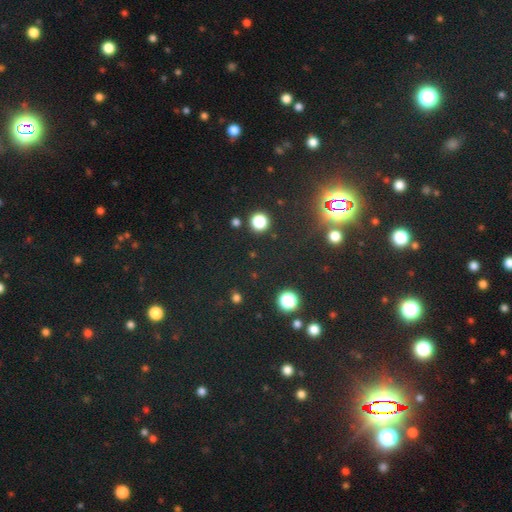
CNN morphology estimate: Smooth or featured: star or artifact — 77% (smooth — 16%)